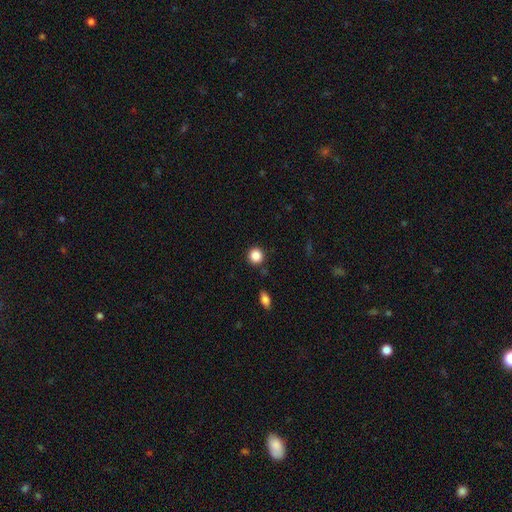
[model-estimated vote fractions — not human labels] A smooth galaxy with no disk features (87%) that is round (91%). Merging: none (86%).